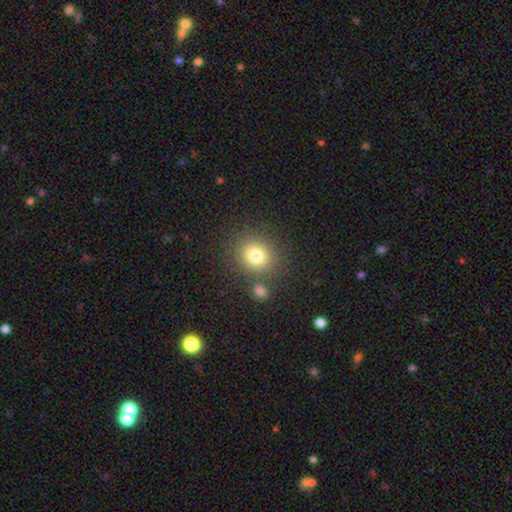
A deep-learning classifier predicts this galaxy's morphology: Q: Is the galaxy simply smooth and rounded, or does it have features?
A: smooth — 79%.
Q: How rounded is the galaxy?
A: round — 80%.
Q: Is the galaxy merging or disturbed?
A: none — 78%.